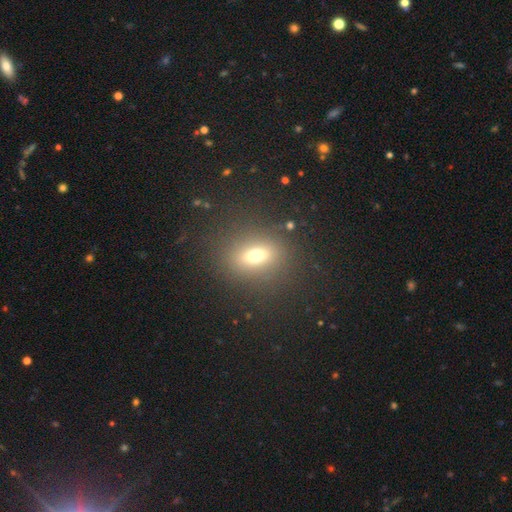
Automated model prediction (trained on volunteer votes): Morphology: type=smooth (65%); roundness=in between (62%); merging=none (84%).